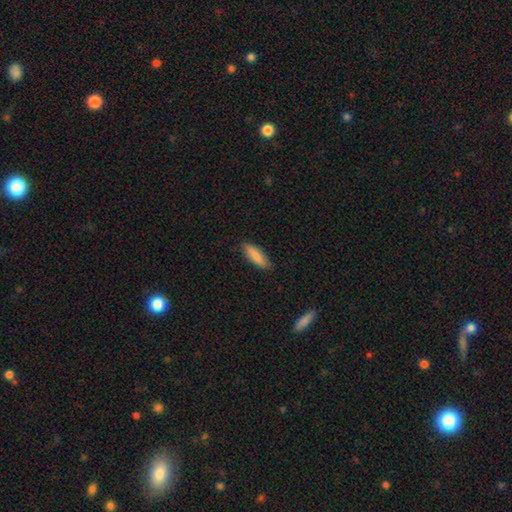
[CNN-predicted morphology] Smooth or featured?
  - smooth: 84% *
  - featured or disk: 10%
  - star or artifact: 6%
How rounded?
  - in between: 54% *
  - cigar-shaped: 44%
  - round: 2%
Merging?
  - none: 84% *
  - minor disturbance: 13%
  - major disturbance: 2%
  - merger: 1%